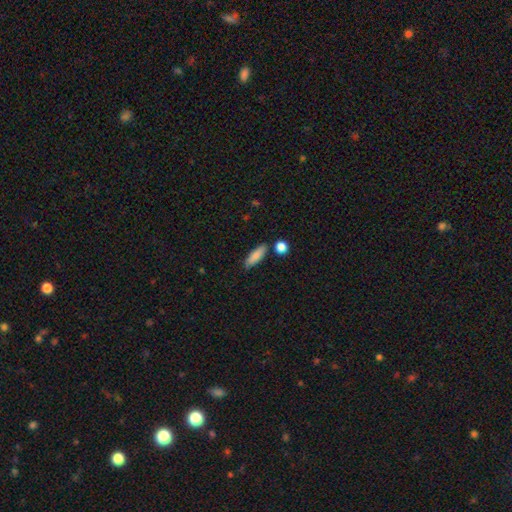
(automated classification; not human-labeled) smooth-or-featured: smooth: 86% | featured or disk: 8% | star or artifact: 7%
  how-rounded: in between: 52% | cigar-shaped: 45% | round: 3%
  merging: none: 81% | minor disturbance: 11% | merger: 5% | major disturbance: 2%